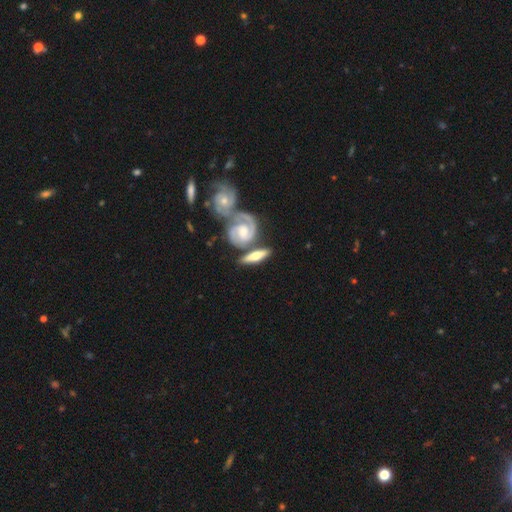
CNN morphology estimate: featured or disk 66%, smooth 29%, star or artifact 5%. Down the decision tree: edge-on disk — no (53%); merging — none (50%).